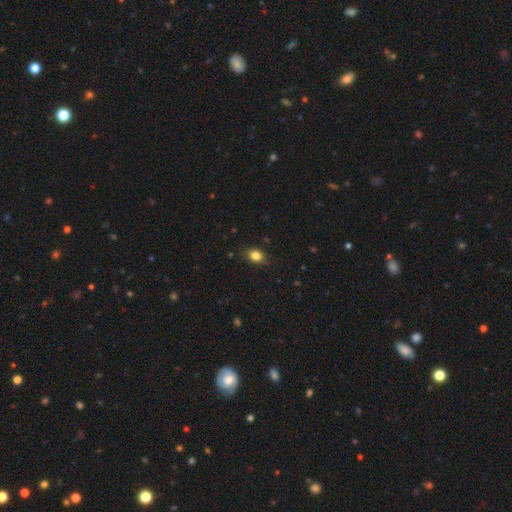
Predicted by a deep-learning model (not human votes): Smooth or featured? smooth (83%)
How rounded? in between (64%)
Merging? none (83%)